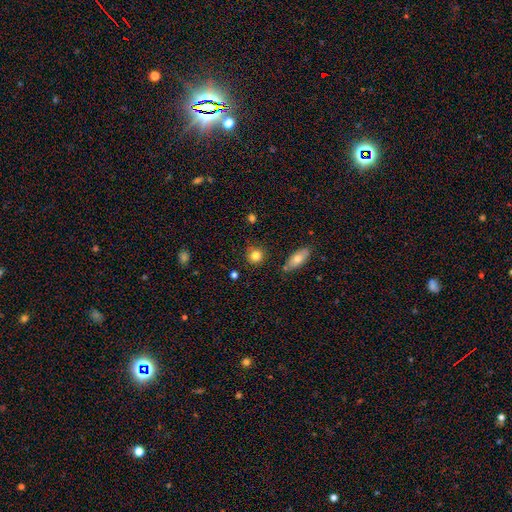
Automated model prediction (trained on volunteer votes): Overall: smooth (82%). How rounded: round (87%). Merging: none (83%).